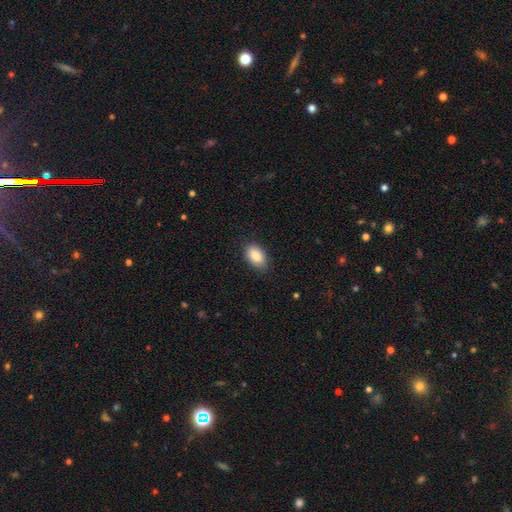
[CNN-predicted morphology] Smooth or featured? smooth (88%)
How rounded? in between (93%)
Merging? none (82%)